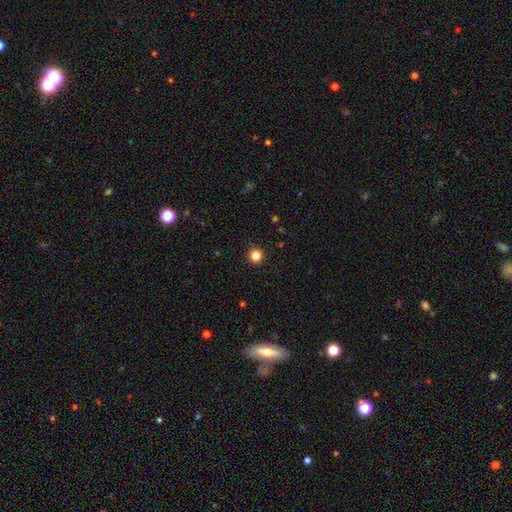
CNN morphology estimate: This appears to be a smooth galaxy with no disk features (84%) that is round (96%). Merging: none (93%).